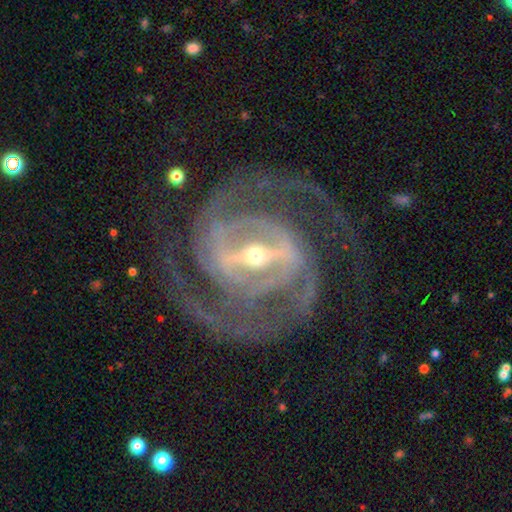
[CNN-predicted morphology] featured or disk 93%, star or artifact 4%, smooth 2%. Down the decision tree: edge-on disk — no (97%); bar — strong (74%); spiral arms — yes (98%); spiral arm count — 2 (71%); spiral winding — medium (48%); bulge size — small (62%); merging — none (75%).